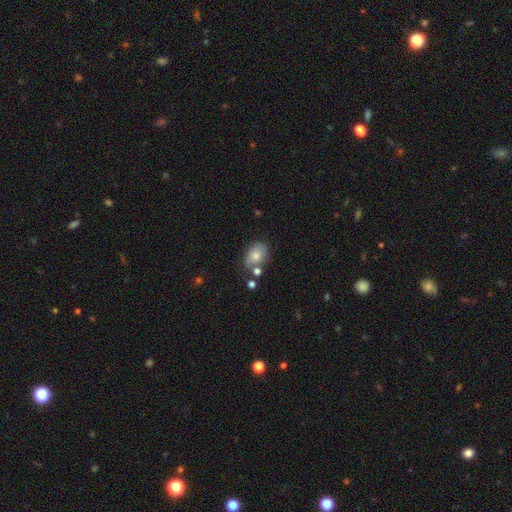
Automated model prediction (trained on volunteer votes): A smooth galaxy with no disk features (77%) that is in between round and cigar-shaped (69%).

Vote fractions:
- Smooth or featured? smooth: 77% / featured or disk: 14% / star or artifact: 9%
- How rounded? in between: 69% / round: 29% / cigar-shaped: 1%
- Merging? none: 61% / minor disturbance: 19% / merger: 14% / major disturbance: 6%